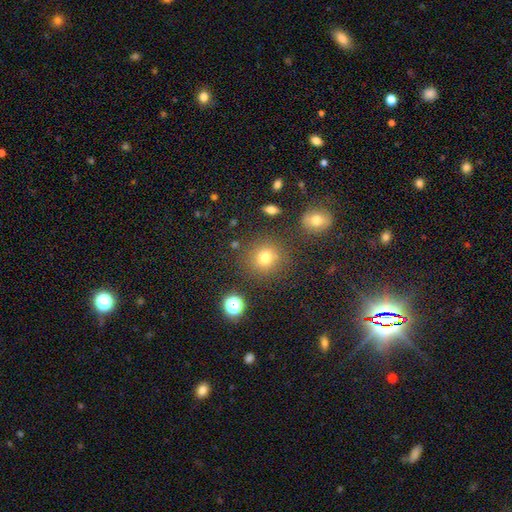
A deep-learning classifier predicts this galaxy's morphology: Overall: smooth (56%; star or artifact 35%). How rounded: round (92%). Merging: none (87%).